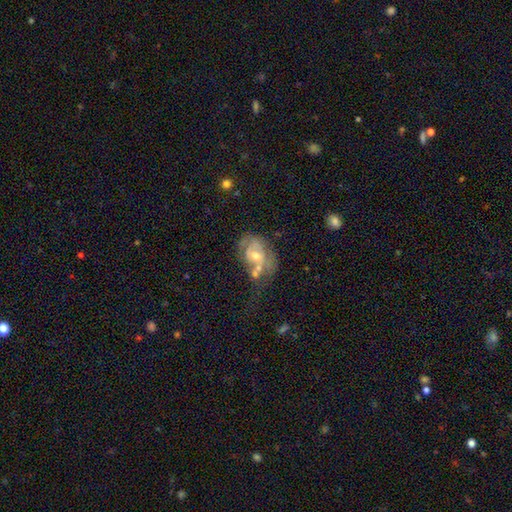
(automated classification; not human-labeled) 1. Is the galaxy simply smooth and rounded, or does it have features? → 64% featured or disk, 26% smooth, 10% star or artifact.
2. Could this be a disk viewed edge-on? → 96% no, 4% yes.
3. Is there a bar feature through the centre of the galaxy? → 72% no, 23% weak, 5% strong.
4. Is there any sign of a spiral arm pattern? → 57% yes, 43% no.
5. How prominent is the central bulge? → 57% moderate, 36% small, 4% large, 2% none, 1% dominant.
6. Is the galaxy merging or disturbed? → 30% none, 25% major disturbance, 24% merger, 22% minor disturbance.